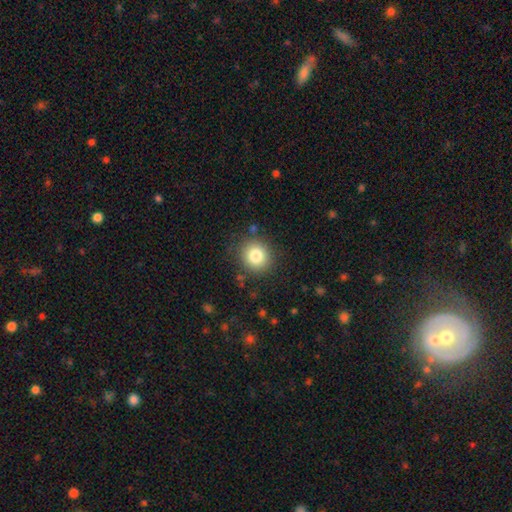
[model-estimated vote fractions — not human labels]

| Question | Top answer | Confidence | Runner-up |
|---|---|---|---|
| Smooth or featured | smooth | 82% | star or artifact (11%) |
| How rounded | round | 87% | in between (12%) |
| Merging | none | 87% | minor disturbance (8%) |